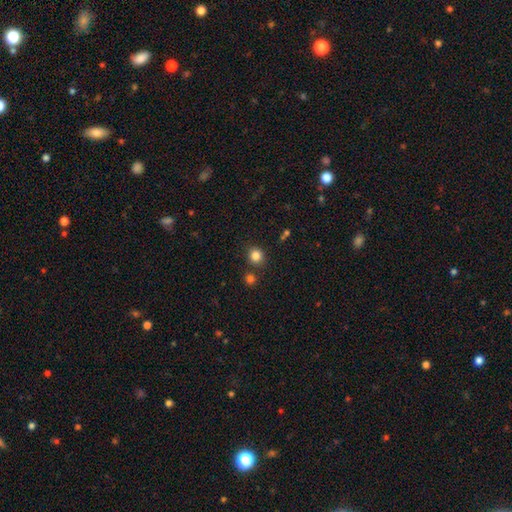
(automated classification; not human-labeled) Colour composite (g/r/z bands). It shows a smooth galaxy with no disk features (83%) that is round (88%). Merging: none (81%).